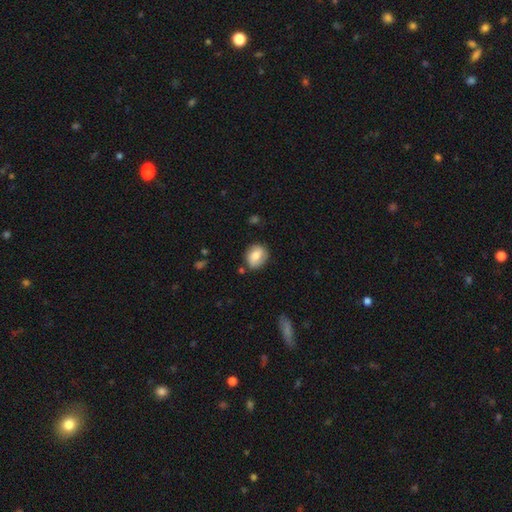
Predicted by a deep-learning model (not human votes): A smooth galaxy with no disk features (72%) that is round (55%). Merging: none (77%).